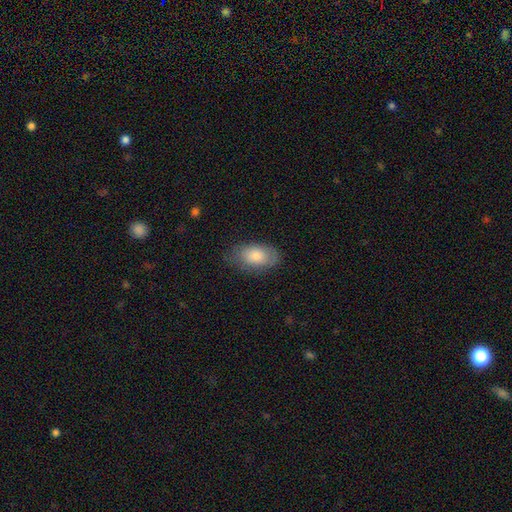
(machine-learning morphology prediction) smooth-or-featured: smooth: 79% | featured or disk: 15% | star or artifact: 7%
  how-rounded: in between: 92% | round: 6% | cigar-shaped: 2%
  merging: none: 74% | minor disturbance: 20% | major disturbance: 5% | merger: 1%